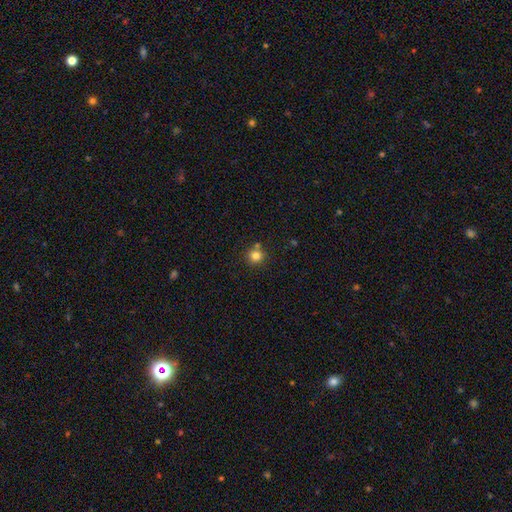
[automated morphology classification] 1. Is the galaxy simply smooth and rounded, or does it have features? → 81% smooth, 13% star or artifact, 7% featured or disk.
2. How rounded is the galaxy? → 91% round, 8% in between, 1% cigar-shaped.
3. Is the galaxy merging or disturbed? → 72% none, 17% merger, 9% minor disturbance, 3% major disturbance.